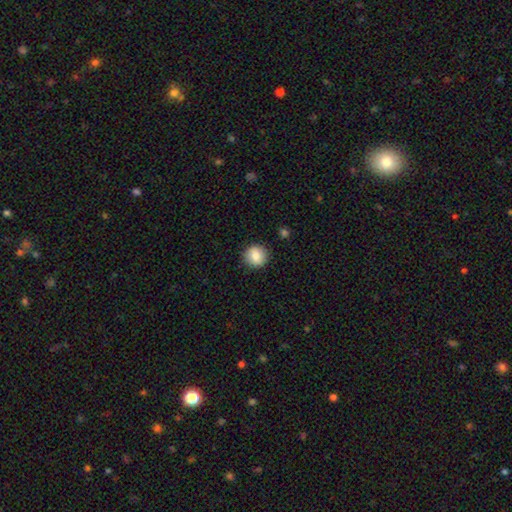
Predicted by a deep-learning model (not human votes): The model was most divided on "smooth or featured": smooth: 85%, star or artifact: 8%, featured or disk: 6%. More confident: how rounded — round (91%); merging — none (90%).